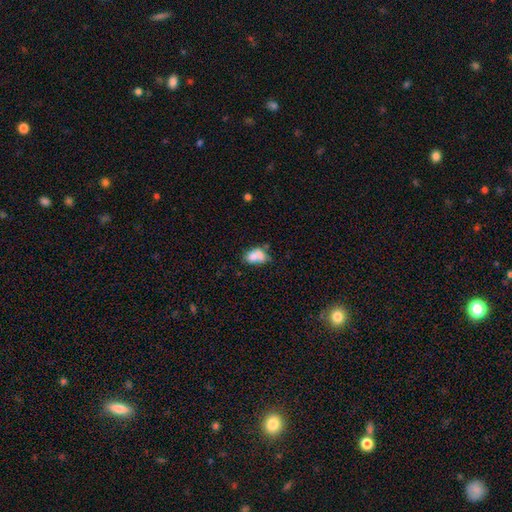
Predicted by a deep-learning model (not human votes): The model was most divided on "merging": merger: 40%, none: 29%, minor disturbance: 20%, major disturbance: 12%. More confident: how rounded — in between (78%); smooth or featured — smooth (67%).